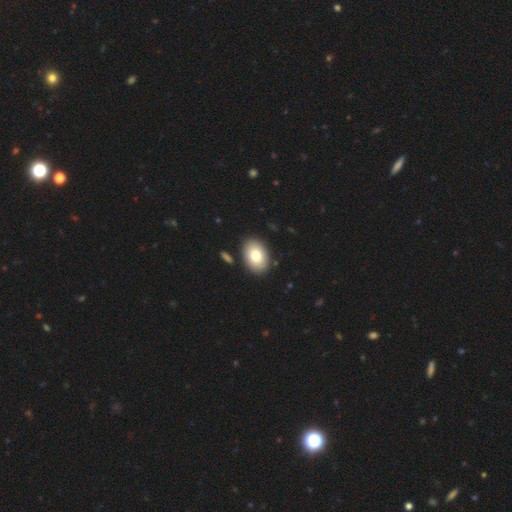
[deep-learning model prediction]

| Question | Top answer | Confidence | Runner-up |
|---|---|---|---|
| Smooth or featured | smooth | 80% | featured or disk (13%) |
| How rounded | in between | 83% | round (16%) |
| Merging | none | 88% | minor disturbance (7%) |